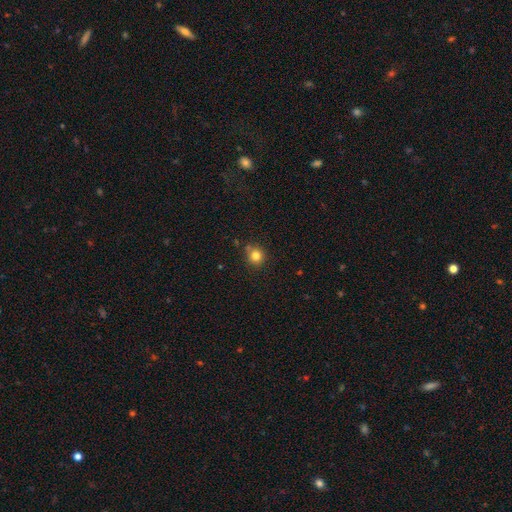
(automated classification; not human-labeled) Smooth or featured: smooth — 81% (star or artifact — 13%)
How rounded: round — 90% (in between — 9%)
Merging: none — 79% (minor disturbance — 12%)